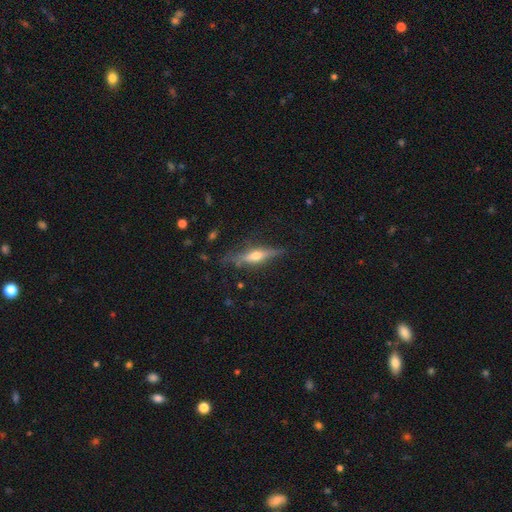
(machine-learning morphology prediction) Smooth or featured? featured or disk (64%)
Edge-on disk? yes (93%)
Edge-on bulge? rounded (90%)
Merging? none (77%)